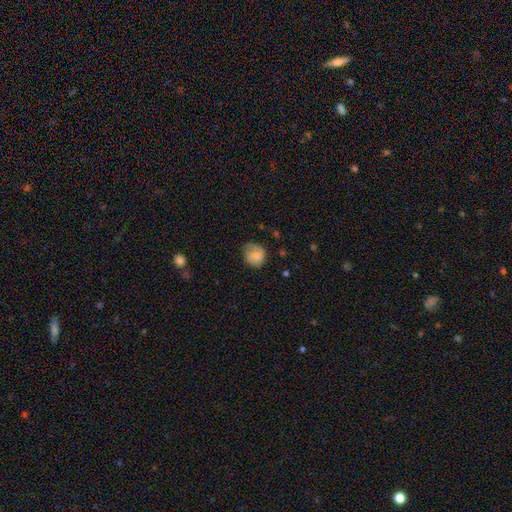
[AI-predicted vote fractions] Q: Smooth or featured?
A: smooth (78%); runner-up: featured or disk (14%)
Q: How rounded?
A: round (80%); runner-up: in between (20%)
Q: Merging?
A: none (57%); runner-up: minor disturbance (30%)